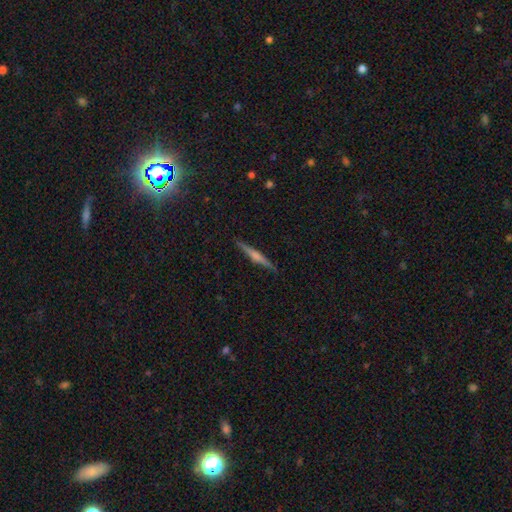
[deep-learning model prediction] A featured or disk galaxy (66%) viewed edge-on (98%) with a rounded central bulge (63%).

Vote fractions:
- Smooth or featured? featured or disk: 66% / smooth: 27% / star or artifact: 8%
- Edge-on disk? yes: 98% / no: 2%
- Edge-on bulge? rounded: 63% / none: 21% / boxy: 16%
- Merging? none: 91% / minor disturbance: 6% / major disturbance: 1% / merger: 1%